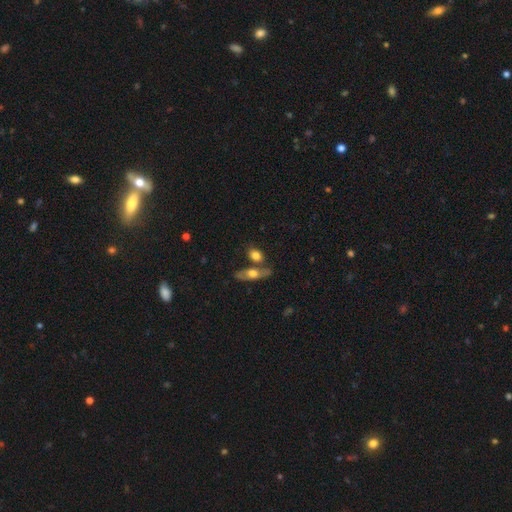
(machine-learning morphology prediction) A smooth galaxy with no disk features (71%) that is in between round and cigar-shaped (64%). Merging: none (58%).